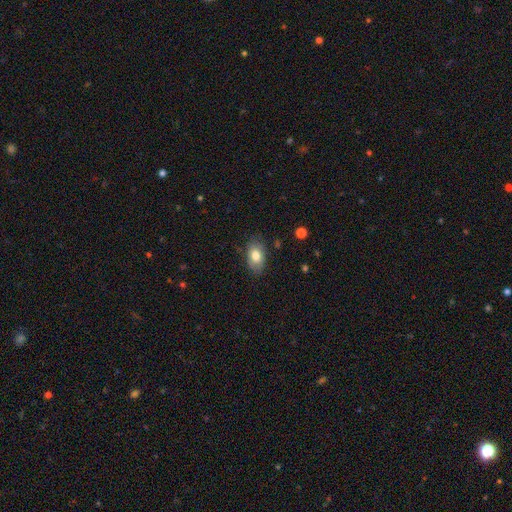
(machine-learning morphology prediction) Smooth or featured? Predicted: smooth (p=0.78). How rounded? Predicted: in between (p=0.90). Merging? Predicted: none (p=0.80).